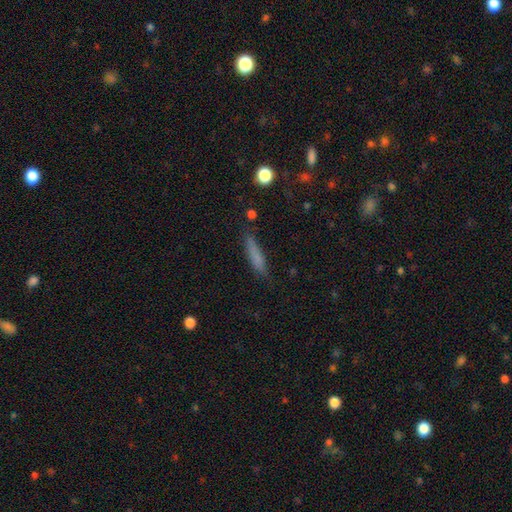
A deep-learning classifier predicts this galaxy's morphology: Smooth or featured: smooth — 74% (featured or disk — 16%)
How rounded: cigar-shaped — 85% (in between — 13%)
Merging: none — 77% (minor disturbance — 16%)